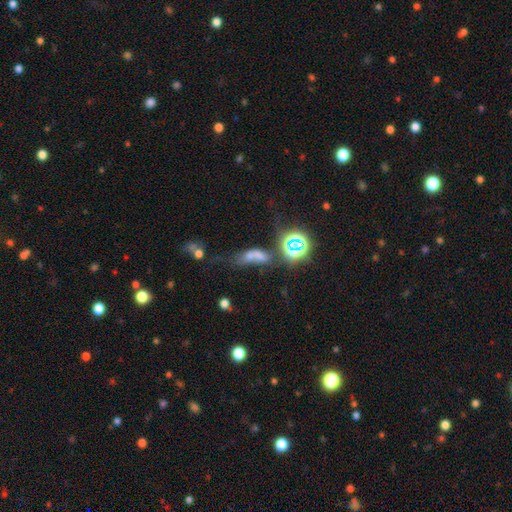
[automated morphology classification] Q: Smooth or featured?
A: smooth (47%); runner-up: star or artifact (29%)
Q: Merging?
A: merger (46%); runner-up: none (22%)